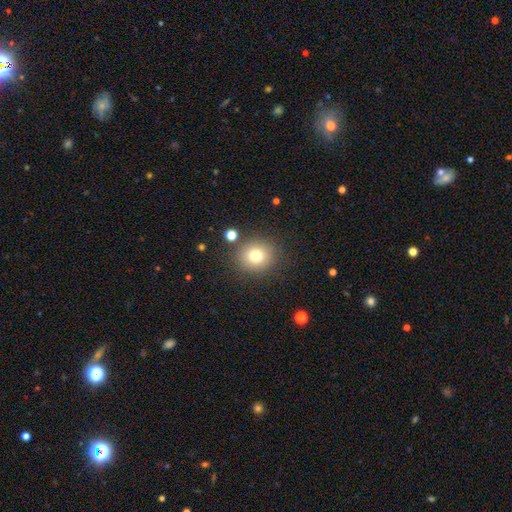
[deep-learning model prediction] A smooth galaxy with no disk features (77%) that is round (85%). Merging: none (84%).